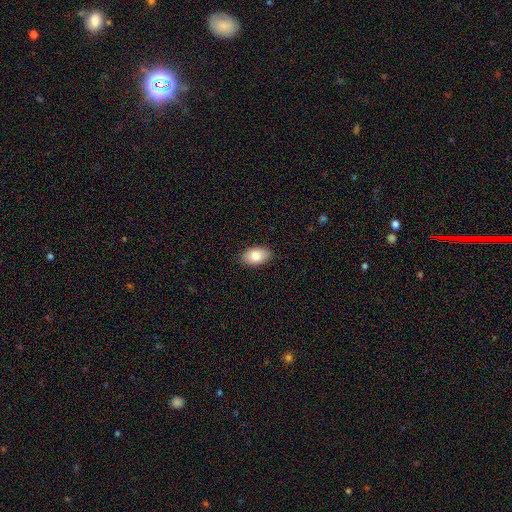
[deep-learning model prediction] Smooth or featured?
  - smooth: 81% *
  - featured or disk: 12%
  - star or artifact: 7%
How rounded?
  - in between: 92% *
  - round: 6%
  - cigar-shaped: 1%
Merging?
  - none: 88% *
  - minor disturbance: 9%
  - major disturbance: 2%
  - merger: 1%